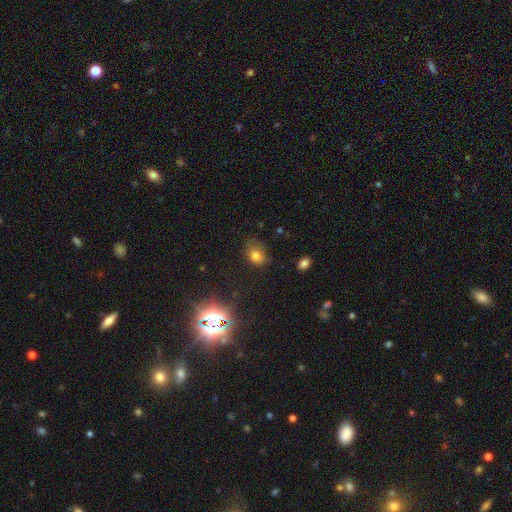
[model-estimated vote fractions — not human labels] Smooth or featured? smooth (73%)
How rounded? in between (70%)
Merging? none (61%)